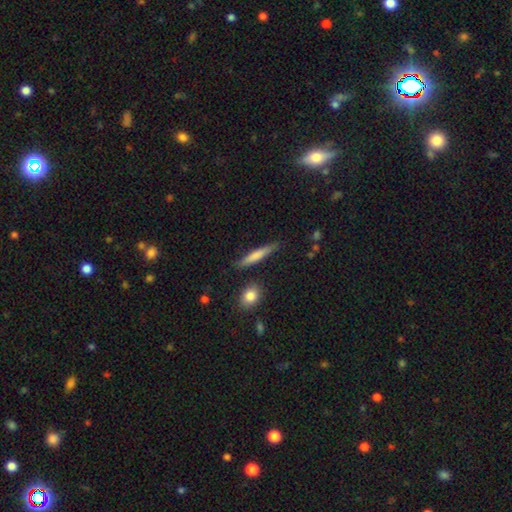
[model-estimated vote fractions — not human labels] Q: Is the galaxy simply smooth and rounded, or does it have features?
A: smooth — 71%.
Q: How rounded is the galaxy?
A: cigar-shaped — 90%.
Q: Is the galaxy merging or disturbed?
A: none — 83%.